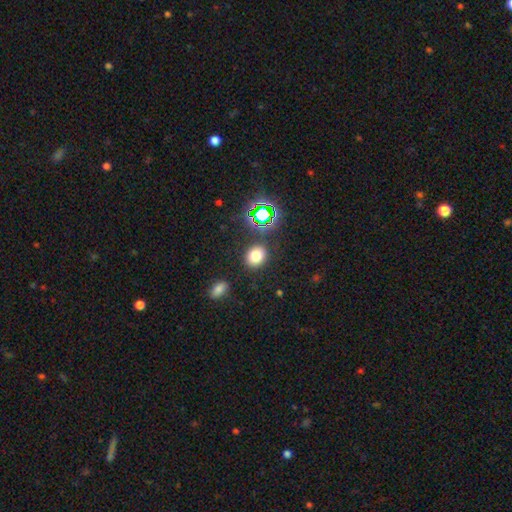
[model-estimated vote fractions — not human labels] A smooth galaxy with no disk features (73%) that is round (60%). Merging: none (84%).